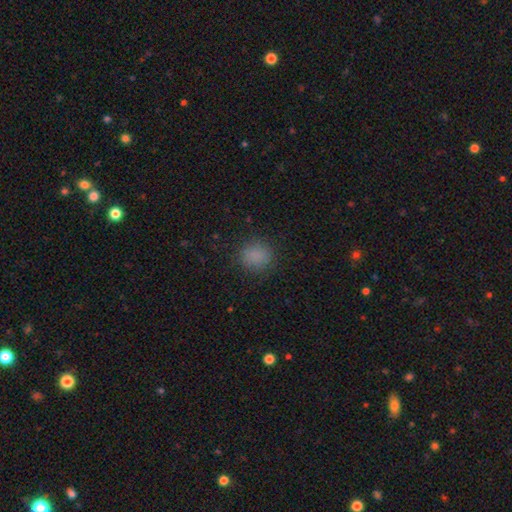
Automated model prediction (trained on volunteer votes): Smooth or featured?
  - smooth: 83% *
  - star or artifact: 13%
  - featured or disk: 4%
How rounded?
  - round: 75% *
  - in between: 24%
  - cigar-shaped: 1%
Merging?
  - none: 85% *
  - minor disturbance: 10%
  - major disturbance: 4%
  - merger: 1%